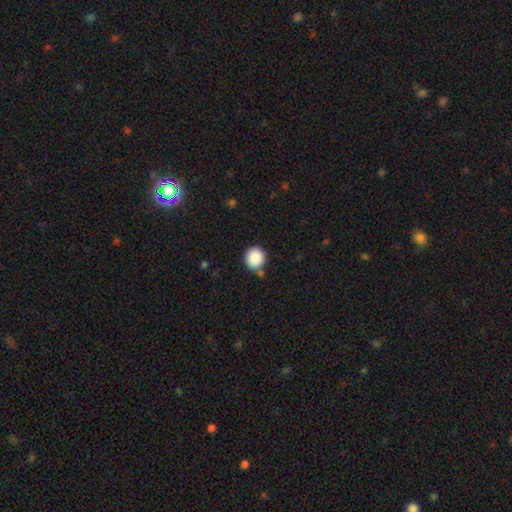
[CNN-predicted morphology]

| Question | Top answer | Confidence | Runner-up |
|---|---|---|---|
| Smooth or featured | smooth | 89% | star or artifact (8%) |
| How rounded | round | 91% | in between (9%) |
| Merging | none | 81% | minor disturbance (11%) |